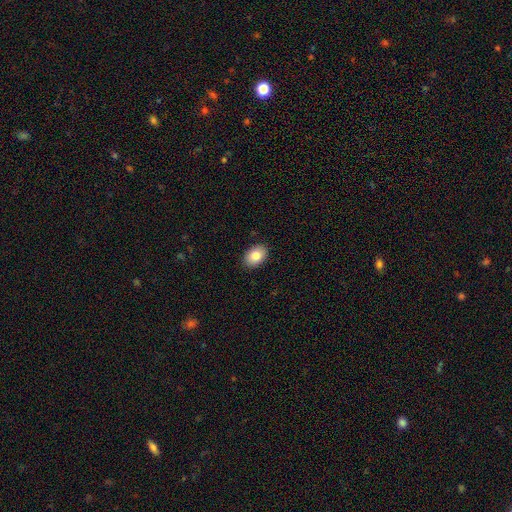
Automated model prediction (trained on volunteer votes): Smooth or featured: smooth — 84% (featured or disk — 8%)
How rounded: in between — 83% (round — 16%)
Merging: none — 90% (minor disturbance — 8%)